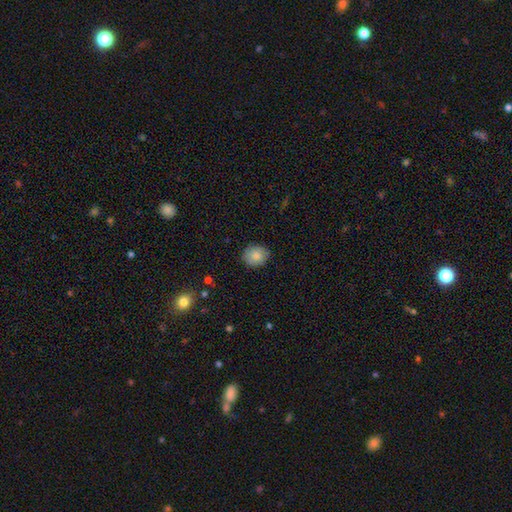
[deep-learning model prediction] Q: Smooth or featured?
A: smooth (85%); runner-up: star or artifact (8%)
Q: How rounded?
A: round (72%); runner-up: in between (27%)
Q: Merging?
A: none (86%); runner-up: minor disturbance (11%)